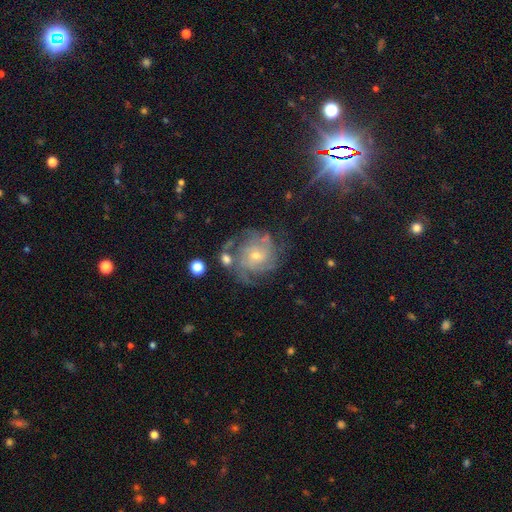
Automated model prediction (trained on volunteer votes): A featured or disk galaxy (80%) with no bar (70%), tight (58%) spiral arms (93%) and a small central bulge (65%).

Vote fractions:
- Smooth or featured? featured or disk: 80% / smooth: 11% / star or artifact: 9%
- Edge-on disk? no: 98% / yes: 2%
- Bar? no: 70% / weak: 26% / strong: 5%
- Spiral arms? yes: 93% / no: 7%
- Spiral winding? tight: 58% / medium: 32% / loose: 10%
- Spiral arm count? can't tell: 34% / 3: 22% / 4: 17% / 2: 13% / more than 4: 7% / 1: 6%
- Bulge size? small: 65% / moderate: 31% / large: 2% / none: 2% / dominant: 1%
- Merging? none: 62% / minor disturbance: 19% / major disturbance: 13% / merger: 6%